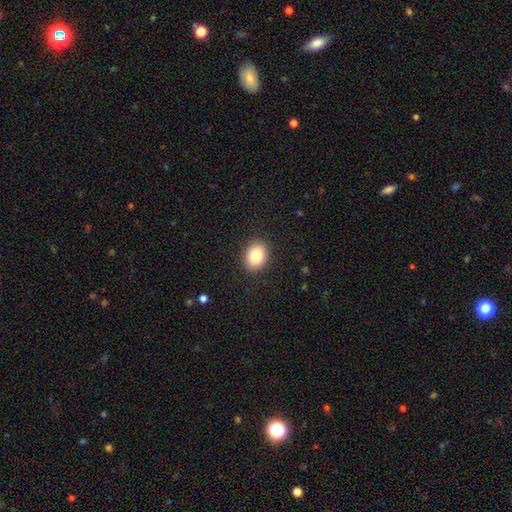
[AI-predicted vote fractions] Smooth or featured? smooth (82%)
How rounded? round (51%)
Merging? none (90%)